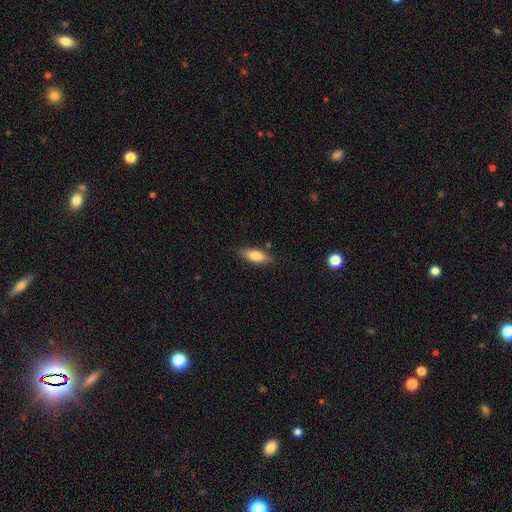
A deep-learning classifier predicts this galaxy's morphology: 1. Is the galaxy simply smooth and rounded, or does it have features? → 75% smooth, 19% featured or disk, 7% star or artifact.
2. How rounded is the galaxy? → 68% in between, 29% cigar-shaped, 3% round.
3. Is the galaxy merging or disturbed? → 82% none, 13% minor disturbance, 3% major disturbance, 2% merger.